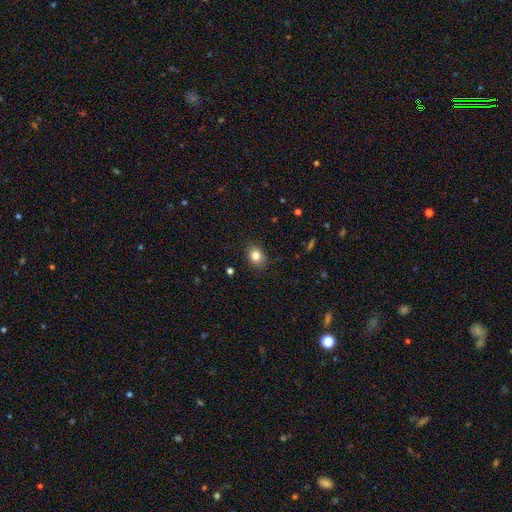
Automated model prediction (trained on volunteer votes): Overall: smooth (83%). How rounded: in between (58%; round 41%). Merging: none (86%).